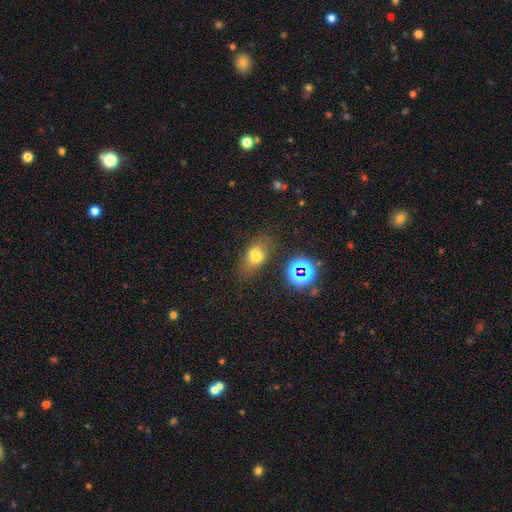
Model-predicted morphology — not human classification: Overall: smooth (66%). How rounded: in between (74%). Merging: none (63%).